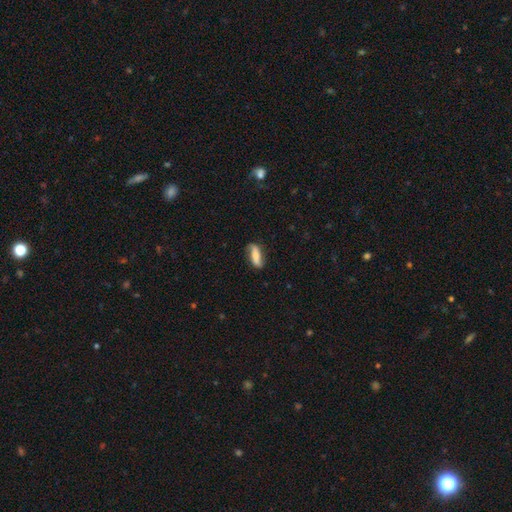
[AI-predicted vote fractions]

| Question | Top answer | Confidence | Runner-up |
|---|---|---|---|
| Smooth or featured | smooth | 56% | featured or disk (37%) |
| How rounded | in between | 61% | cigar-shaped (35%) |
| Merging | none | 74% | minor disturbance (20%) |